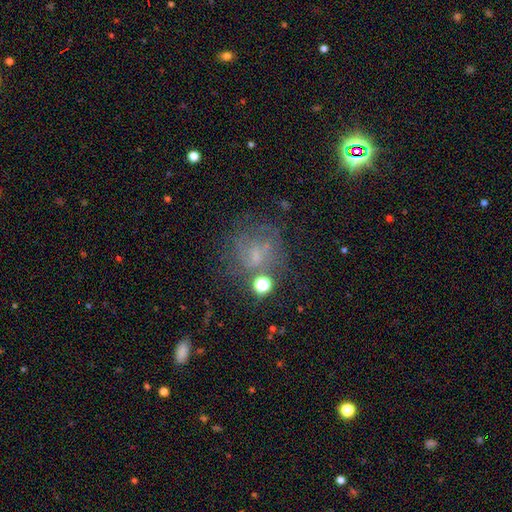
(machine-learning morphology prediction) Smooth or featured? Predicted: featured or disk (p=0.40). Merging? Predicted: none (p=0.54).